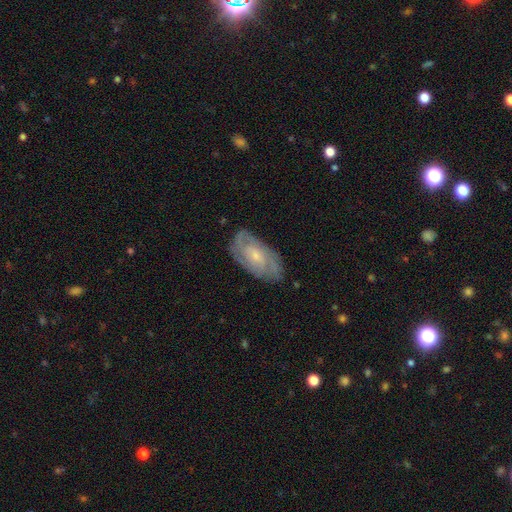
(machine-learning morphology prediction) A featured or disk galaxy (69%) with no bar (65%), tight (60%) spiral arms (85%) and a small central bulge (67%).

Vote fractions:
- Smooth or featured? featured or disk: 69% / smooth: 25% / star or artifact: 6%
- Edge-on disk? no: 94% / yes: 6%
- Bar? no: 65% / weak: 30% / strong: 5%
- Spiral arms? yes: 85% / no: 15%
- Spiral winding? tight: 60% / medium: 31% / loose: 9%
- Spiral arm count? can't tell: 42% / 2: 33% / 3: 12% / 4: 6% / 1: 4% / more than 4: 3%
- Bulge size? small: 67% / moderate: 26% / none: 4% / large: 2% / dominant: 1%
- Merging? none: 76% / minor disturbance: 18% / major disturbance: 5% / merger: 1%